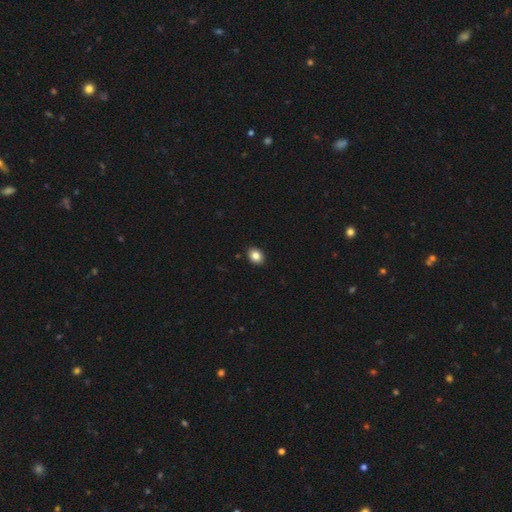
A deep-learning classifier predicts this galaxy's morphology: A smooth galaxy with no disk features (85%) that is in between round and cigar-shaped (58%). Merging: none (91%).